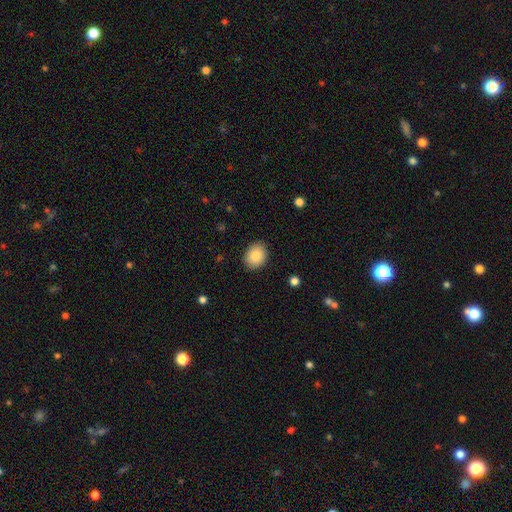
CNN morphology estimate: type=smooth (87%); roundness=in between (56%); merging=none (88%).